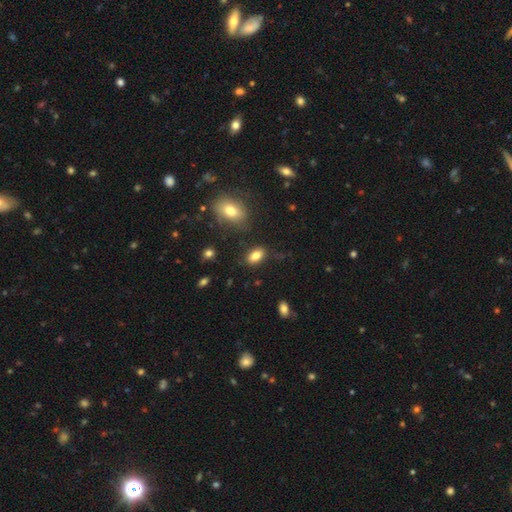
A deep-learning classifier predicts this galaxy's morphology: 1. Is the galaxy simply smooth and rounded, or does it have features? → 83% smooth, 9% star or artifact, 8% featured or disk.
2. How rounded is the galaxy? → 90% in between, 7% round, 2% cigar-shaped.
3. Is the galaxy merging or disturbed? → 82% none, 12% minor disturbance, 3% major disturbance, 2% merger.